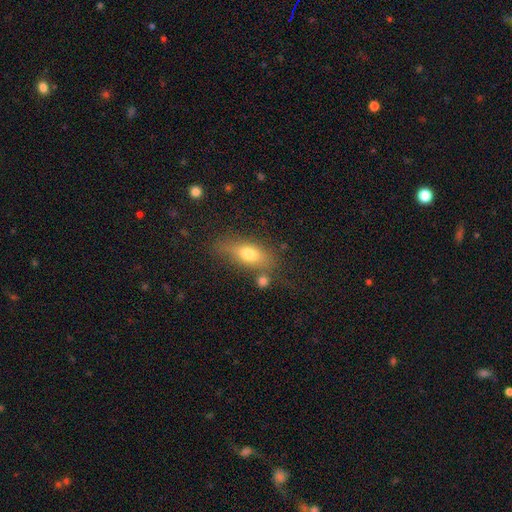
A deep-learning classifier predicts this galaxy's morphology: This appears to be a smooth galaxy with no disk features (67%) that is in between round and cigar-shaped (70%). Merging: none (66%).